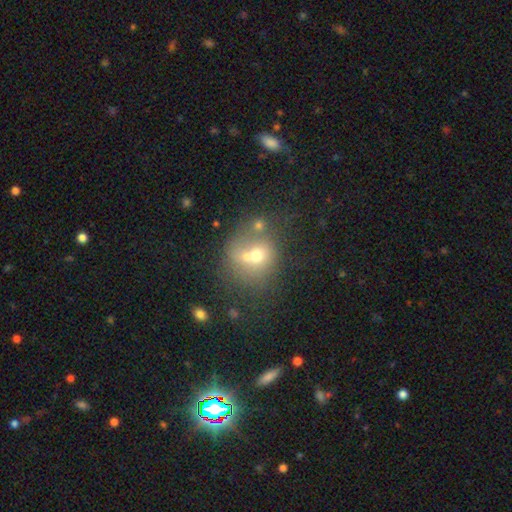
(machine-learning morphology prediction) A smooth galaxy with no disk features (58%) that is round (75%). Merging: merger (52%).